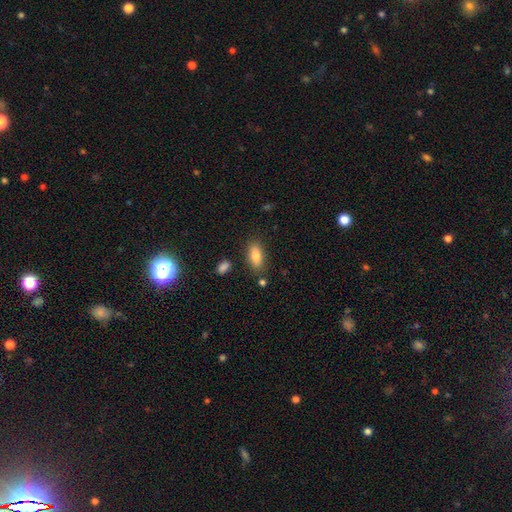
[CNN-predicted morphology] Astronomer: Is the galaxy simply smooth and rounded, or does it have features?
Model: smooth — 83%.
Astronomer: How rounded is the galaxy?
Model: in between — 82%.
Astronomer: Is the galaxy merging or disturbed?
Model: none — 82%.